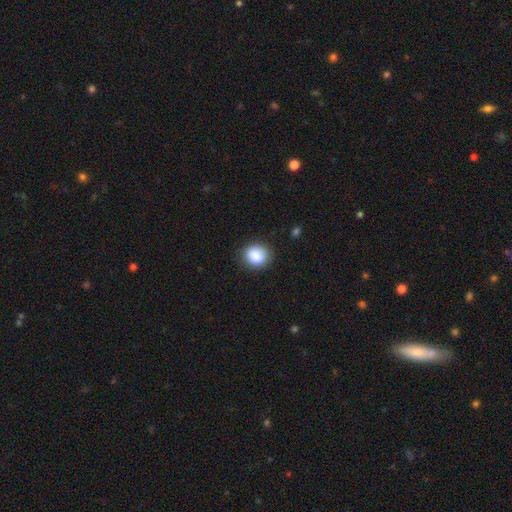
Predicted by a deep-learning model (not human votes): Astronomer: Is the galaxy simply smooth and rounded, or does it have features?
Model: smooth — 86%.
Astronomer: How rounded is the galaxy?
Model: round — 74%.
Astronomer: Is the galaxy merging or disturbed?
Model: none — 86%.